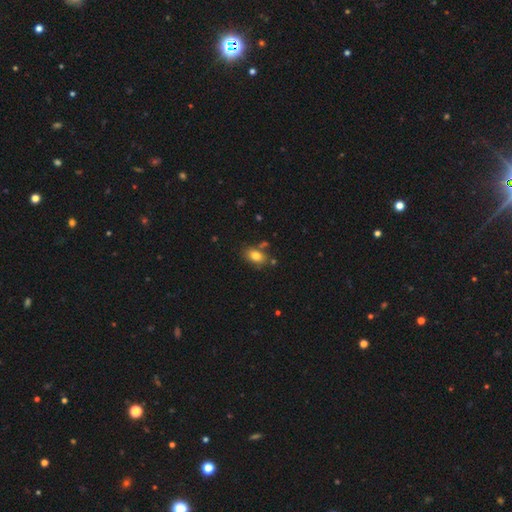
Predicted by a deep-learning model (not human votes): A smooth galaxy with no disk features (81%) that is in between round and cigar-shaped (82%). Merging: none (72%).